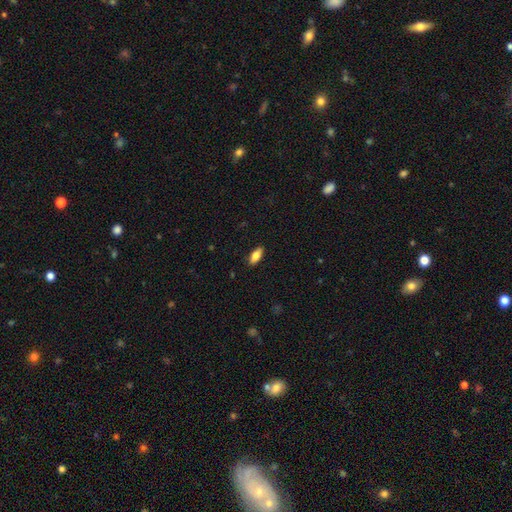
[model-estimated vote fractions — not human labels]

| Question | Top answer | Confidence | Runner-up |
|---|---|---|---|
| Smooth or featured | smooth | 77% | featured or disk (16%) |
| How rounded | in between | 85% | cigar-shaped (13%) |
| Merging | none | 88% | minor disturbance (9%) |